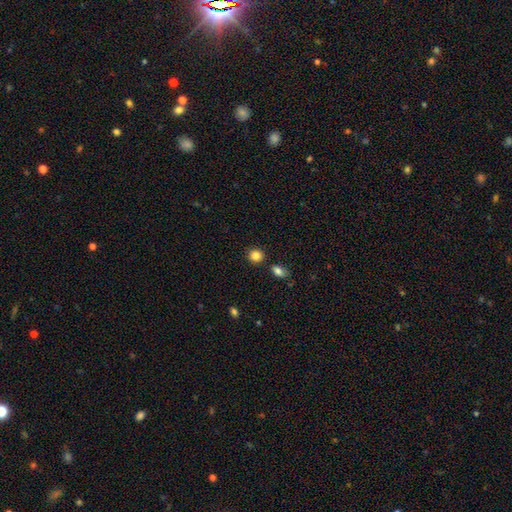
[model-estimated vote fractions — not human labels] This is clearly a smooth galaxy (85%). How rounded: clearly round (84%). Merging: clearly none (83%).